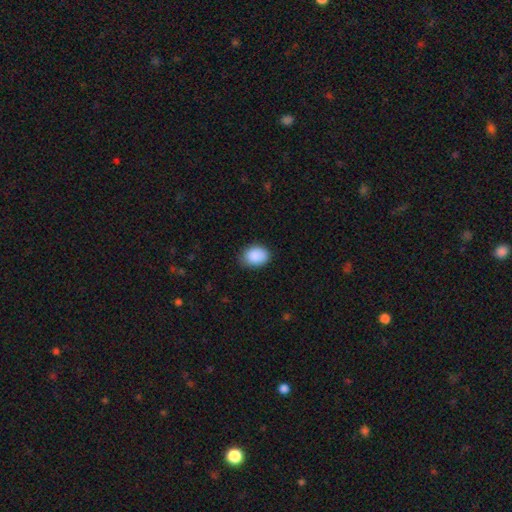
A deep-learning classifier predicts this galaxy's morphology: Q: Smooth or featured?
A: smooth (90%); runner-up: star or artifact (7%)
Q: How rounded?
A: in between (69%); runner-up: round (30%)
Q: Merging?
A: none (77%); runner-up: minor disturbance (19%)